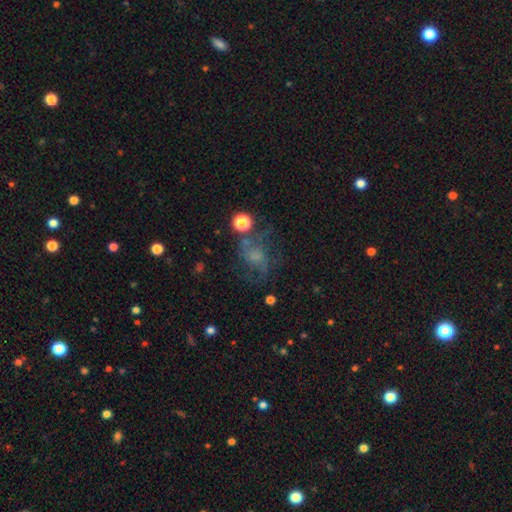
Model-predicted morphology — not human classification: Smooth or featured?
  - featured or disk: 47% *
  - smooth: 32%
  - star or artifact: 21%
Merging?
  - none: 49% *
  - major disturbance: 25%
  - minor disturbance: 20%
  - merger: 7%